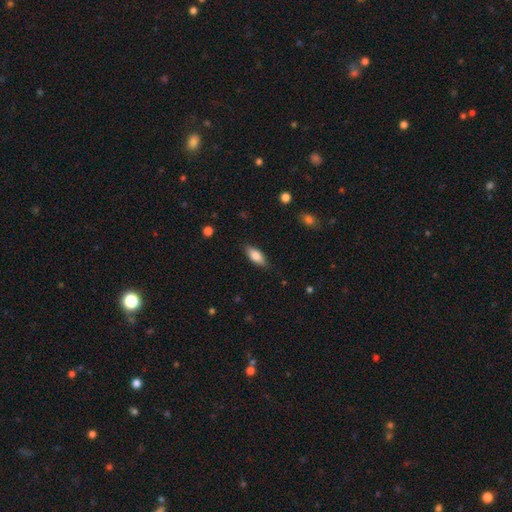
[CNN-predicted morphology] A smooth galaxy with no disk features (78%) that is in between round and cigar-shaped (78%). Merging: none (85%).